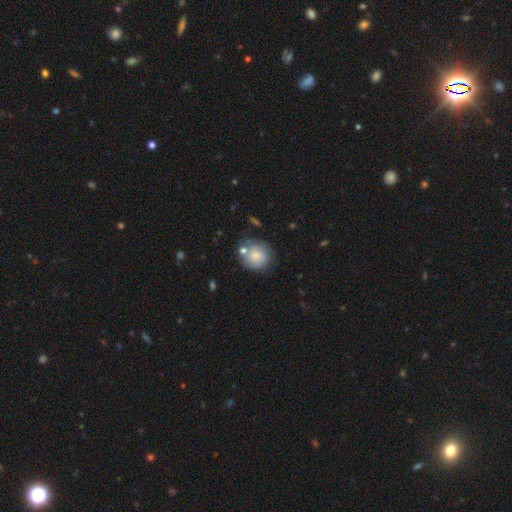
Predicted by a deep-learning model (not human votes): A smooth galaxy with no disk features (77%) that is round (86%). Merging: none (67%).